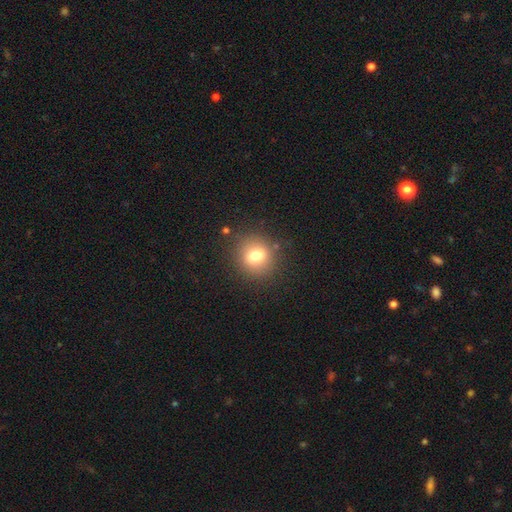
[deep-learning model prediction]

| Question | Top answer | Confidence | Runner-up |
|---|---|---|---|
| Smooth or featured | smooth | 78% | star or artifact (13%) |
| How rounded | round | 85% | in between (14%) |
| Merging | none | 86% | minor disturbance (9%) |